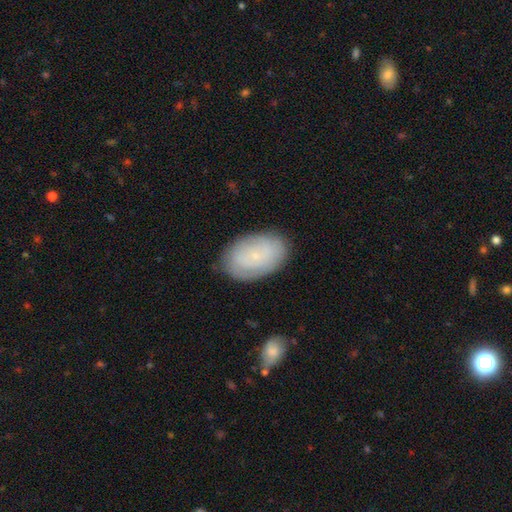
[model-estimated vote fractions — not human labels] A smooth galaxy with no disk features (54%) that is in between round and cigar-shaped (90%). Merging: none (80%).